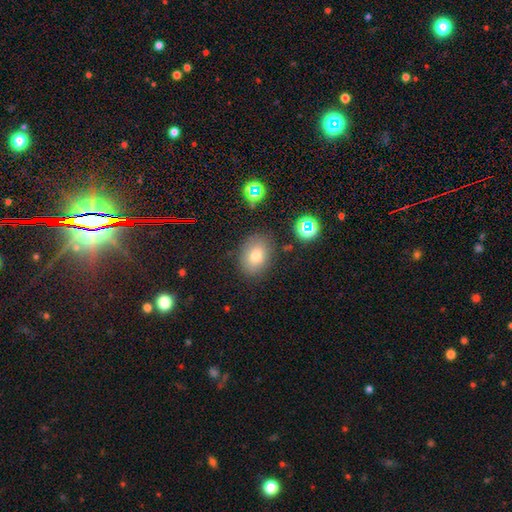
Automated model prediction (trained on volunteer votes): This is likely a smooth galaxy (76%). How rounded: likely in between (65%). Merging: clearly none (81%).